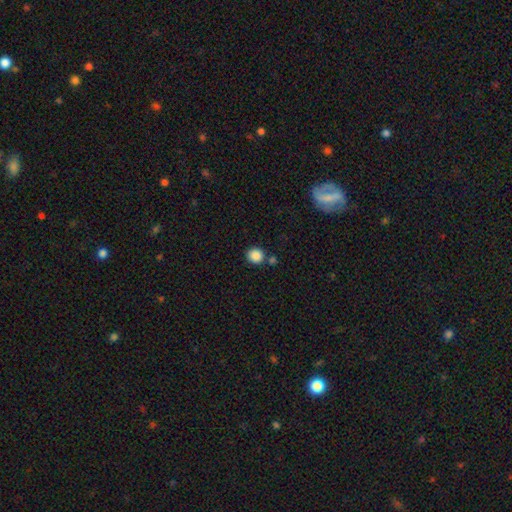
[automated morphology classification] This is clearly a smooth galaxy (87%). How rounded: clearly round (86%). Merging: likely none (75%).